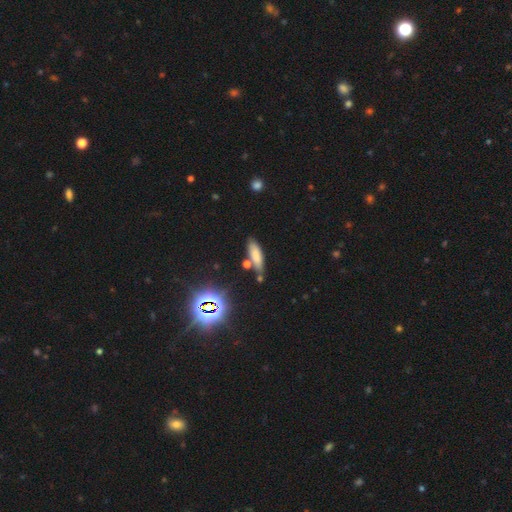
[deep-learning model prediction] This appears to be a smooth galaxy with no disk features (73%) that is in between round and cigar-shaped (50%). Merging: none (67%).